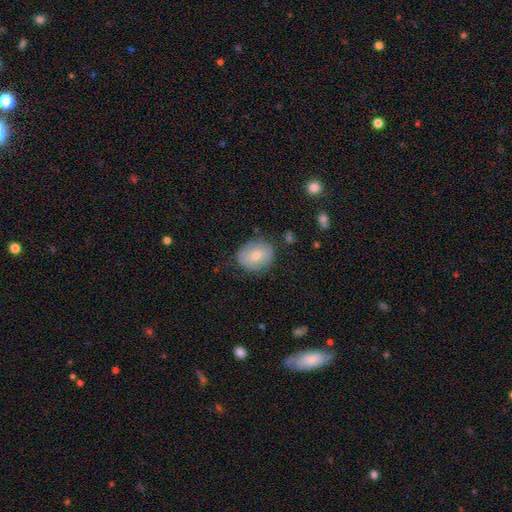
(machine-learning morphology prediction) A smooth galaxy with no disk features (63%) that is in between round and cigar-shaped (50%).

Vote fractions:
- Smooth or featured? smooth: 63% / featured or disk: 30% / star or artifact: 7%
- How rounded? in between: 50% / round: 49% / cigar-shaped: 1%
- Merging? none: 77% / minor disturbance: 16% / major disturbance: 4% / merger: 2%